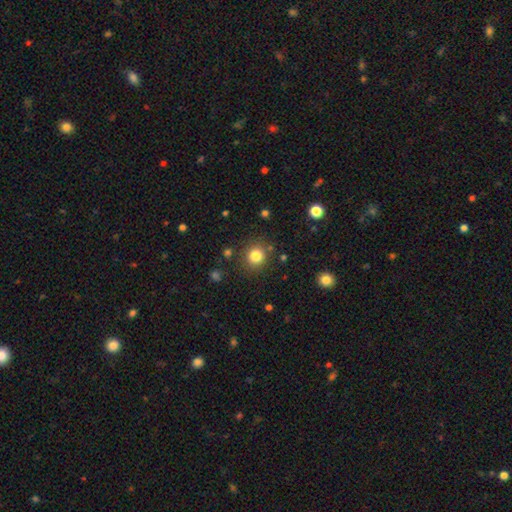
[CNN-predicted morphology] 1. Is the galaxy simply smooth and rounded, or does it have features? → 81% smooth, 13% star or artifact, 6% featured or disk.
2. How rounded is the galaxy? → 89% round, 10% in between, 1% cigar-shaped.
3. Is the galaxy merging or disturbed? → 85% none, 8% minor disturbance, 3% merger, 3% major disturbance.